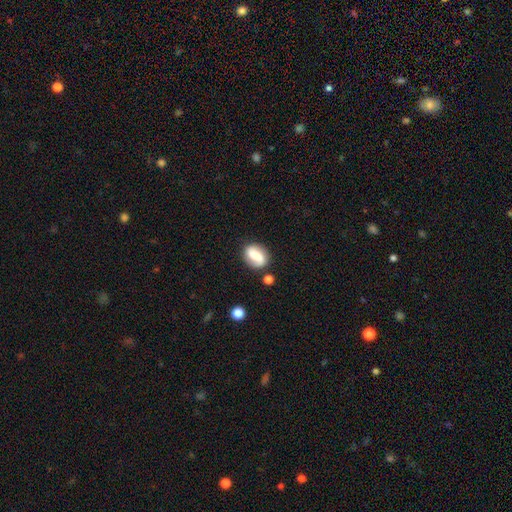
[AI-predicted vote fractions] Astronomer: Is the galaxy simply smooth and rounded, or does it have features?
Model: featured or disk — 48% (runner-up: smooth, 44%).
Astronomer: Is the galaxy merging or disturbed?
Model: none — 73%.